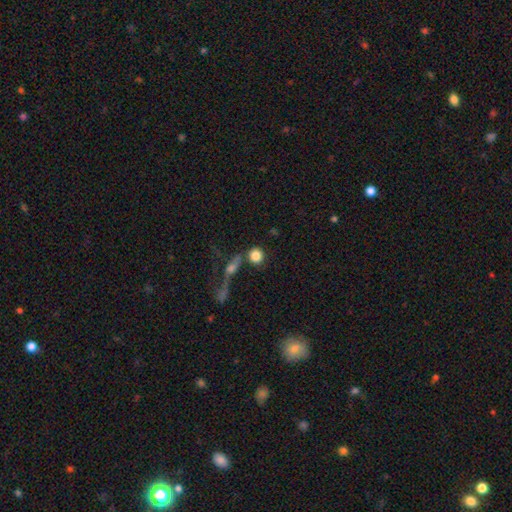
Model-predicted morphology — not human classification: smooth 81%, star or artifact 10%, featured or disk 9%. Down the decision tree: how rounded — round (88%); merging — none (65%).